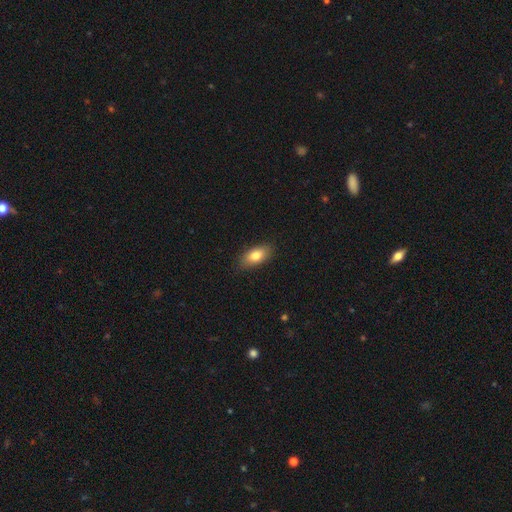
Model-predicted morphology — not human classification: smooth-or-featured: smooth: 80% | featured or disk: 13% | star or artifact: 7%
  how-rounded: in between: 88% | cigar-shaped: 7% | round: 4%
  merging: none: 86% | minor disturbance: 11% | major disturbance: 2% | merger: 1%